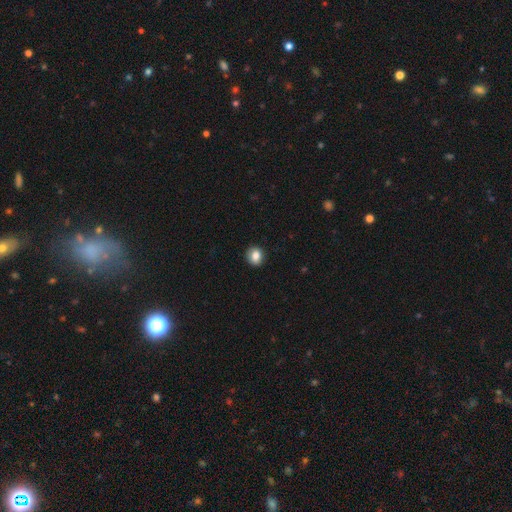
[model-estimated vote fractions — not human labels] Smooth or featured?
  - smooth: 84% *
  - star or artifact: 9%
  - featured or disk: 7%
How rounded?
  - round: 75% *
  - in between: 24%
  - cigar-shaped: 1%
Merging?
  - none: 90% *
  - minor disturbance: 8%
  - major disturbance: 2%
  - merger: 1%